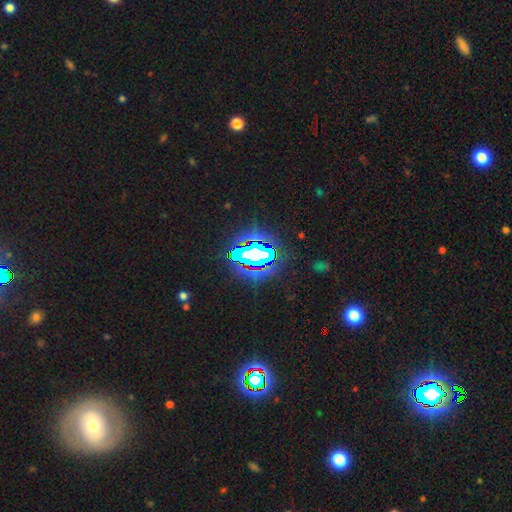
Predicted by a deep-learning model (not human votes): Morphology: type=star or artifact (67%).